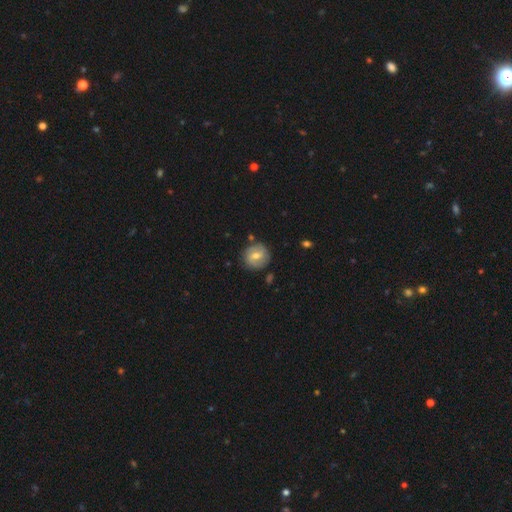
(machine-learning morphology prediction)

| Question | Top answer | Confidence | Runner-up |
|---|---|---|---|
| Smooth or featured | smooth | 51% | featured or disk (41%) |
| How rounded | round | 88% | in between (11%) |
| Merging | none | 82% | minor disturbance (12%) |